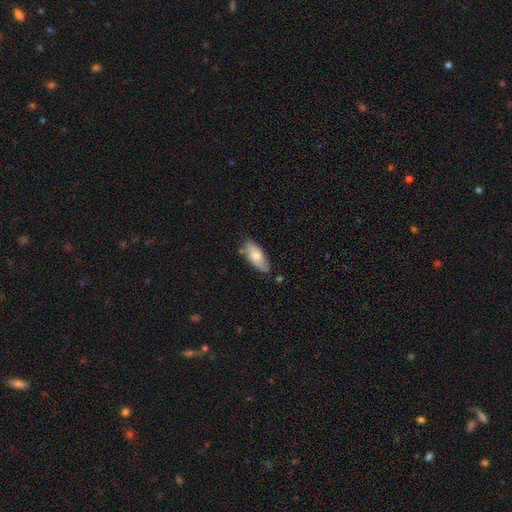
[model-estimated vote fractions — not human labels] This is likely a smooth galaxy (73%). How rounded: likely in between (79%). Merging: likely none (73%).